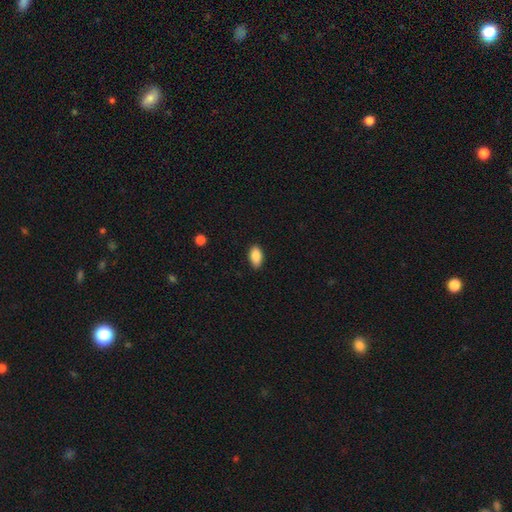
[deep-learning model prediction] smooth-or-featured: smooth: 88% | star or artifact: 7% | featured or disk: 4%
  how-rounded: in between: 92% | round: 4% | cigar-shaped: 3%
  merging: none: 86% | minor disturbance: 11% | major disturbance: 2% | merger: 1%